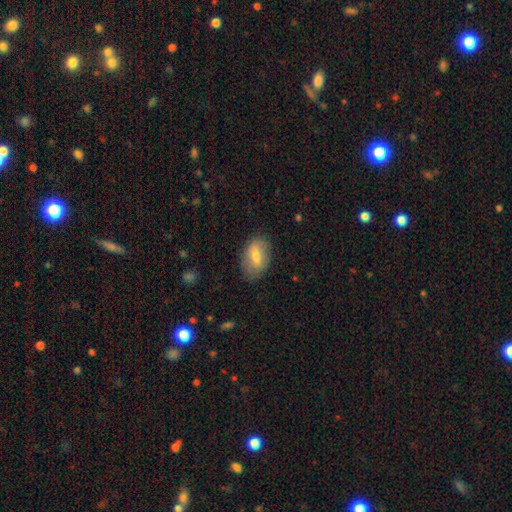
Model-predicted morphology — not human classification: type=smooth (67%); roundness=in between (89%); merging=none (79%).